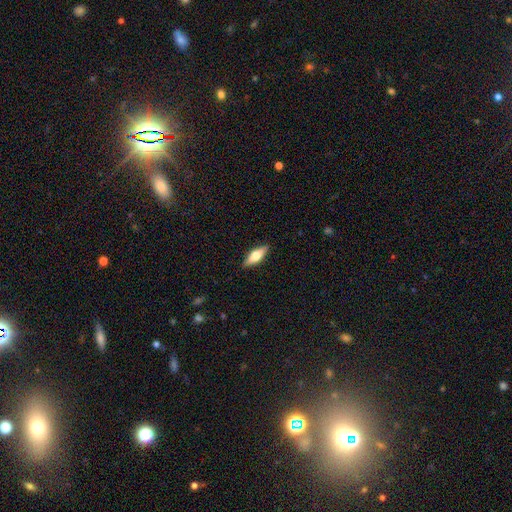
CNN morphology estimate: type=featured or disk (47%, tied with smooth); merging=none (89%).